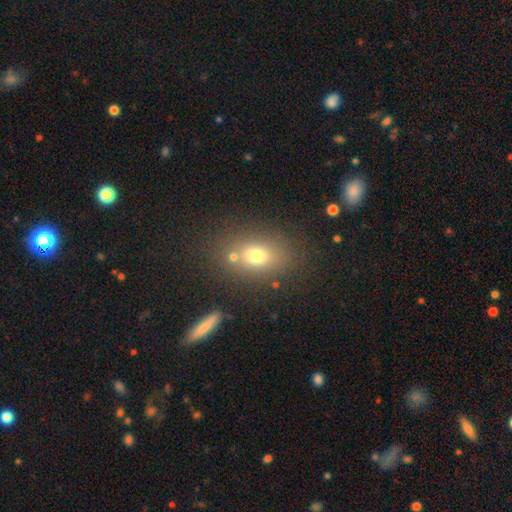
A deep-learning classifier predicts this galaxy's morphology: Smooth or featured? Predicted: smooth (p=0.71). How rounded? Predicted: in between (p=0.70). Merging? Predicted: none (p=0.68).